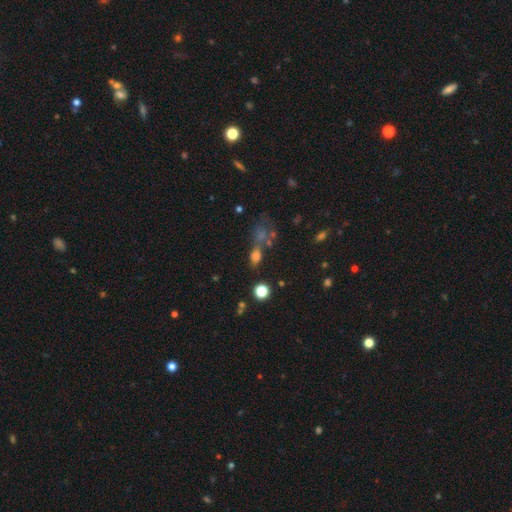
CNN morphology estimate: Smooth or featured? smooth (58%)
How rounded? in between (49%)
Merging? none (45%)